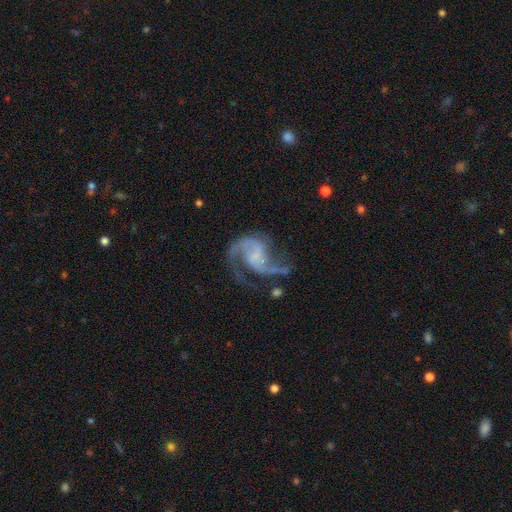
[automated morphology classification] Smooth or featured? featured or disk (89%)
Edge-on disk? no (98%)
Bar? no (51%)
Spiral arms? yes (97%)
Spiral winding? medium (49%)
Spiral arm count? 2 (79%)
Bulge size? none (51%)
Merging? none (55%)